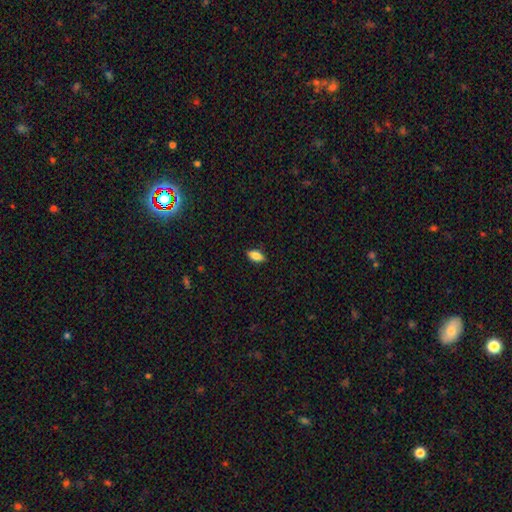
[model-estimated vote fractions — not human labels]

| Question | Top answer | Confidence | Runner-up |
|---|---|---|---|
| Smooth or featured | smooth | 81% | featured or disk (11%) |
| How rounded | in between | 88% | cigar-shaped (8%) |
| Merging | none | 88% | minor disturbance (9%) |